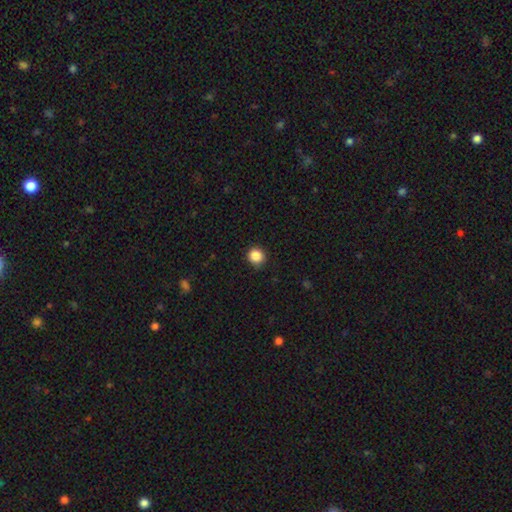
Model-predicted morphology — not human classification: type=smooth (87%); roundness=round (91%); merging=none (90%).